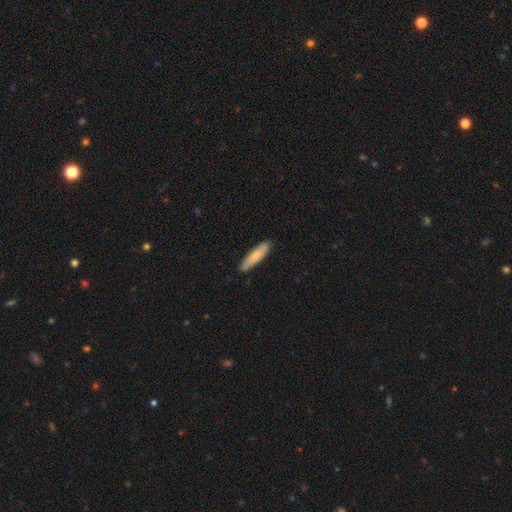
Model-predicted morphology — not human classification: A smooth galaxy with no disk features (77%) that is cigar-shaped (77%). Merging: none (88%).